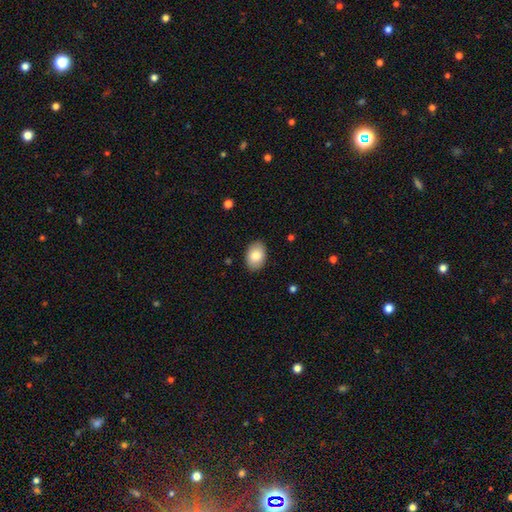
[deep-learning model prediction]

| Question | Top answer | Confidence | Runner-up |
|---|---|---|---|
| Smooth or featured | smooth | 84% | featured or disk (9%) |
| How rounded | in between | 85% | round (14%) |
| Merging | none | 88% | minor disturbance (9%) |